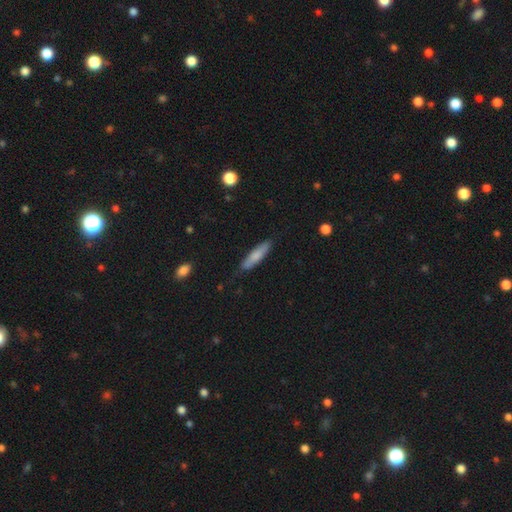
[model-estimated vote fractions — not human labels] Smooth or featured? smooth (76%)
How rounded? cigar-shaped (77%)
Merging? none (82%)